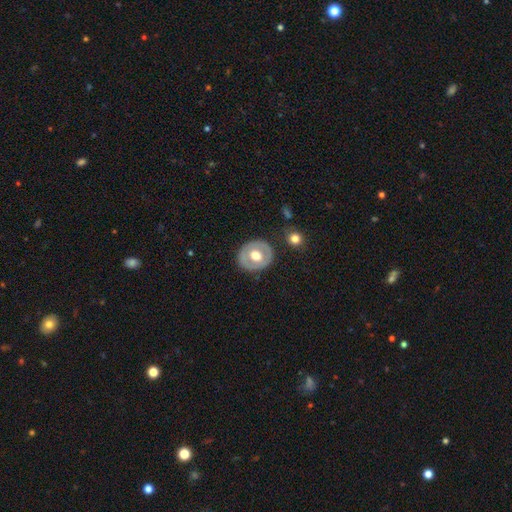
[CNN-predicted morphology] The model was most divided on "smooth or featured": featured or disk: 49%, smooth: 46%, star or artifact: 6%. More confident: merging — none (84%).